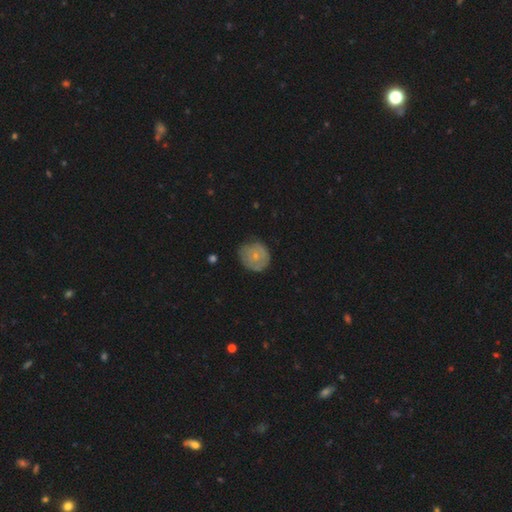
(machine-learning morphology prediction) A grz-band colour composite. It shows a smooth galaxy with no disk features (54%) that is round (85%). Merging: none (65%).